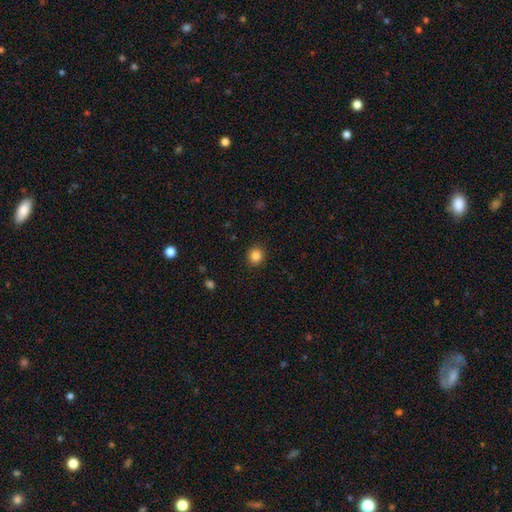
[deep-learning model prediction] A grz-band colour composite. It shows a smooth galaxy with no disk features (86%) that is round (87%). Merging: none (91%).